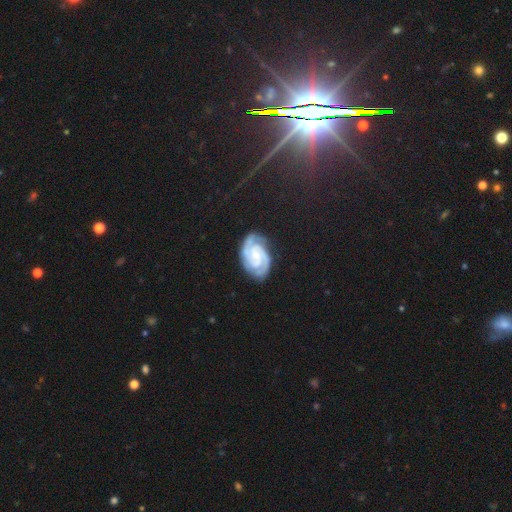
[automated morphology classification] This appears to be a featured or disk galaxy (90%) with no bar (57%), 2 (77%) tight (69%) spiral arms (98%) and a small central bulge (58%). Merging: none (81%).